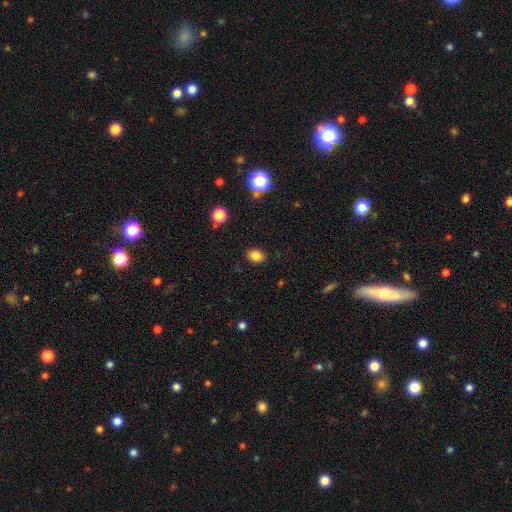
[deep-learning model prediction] This is clearly a smooth galaxy (83%). How rounded: possibly in between (59%). Merging: clearly none (88%).